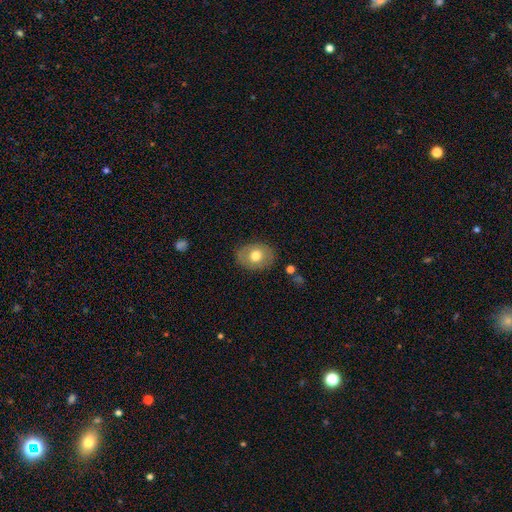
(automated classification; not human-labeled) Overall: smooth (67%). How rounded: in between (57%; round 42%). Merging: none (85%).